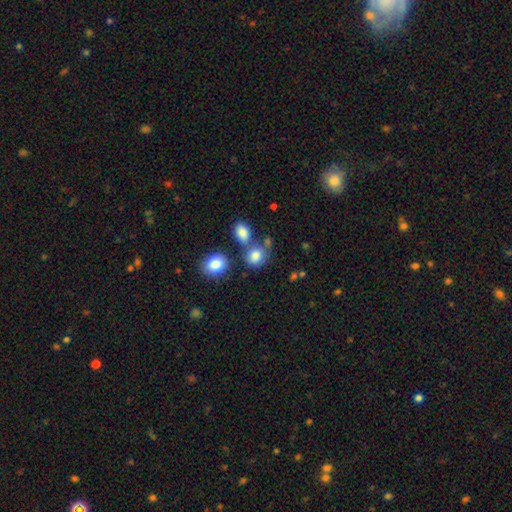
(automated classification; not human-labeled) A smooth galaxy with no disk features (83%) that is round (60%). Merging: none (57%).